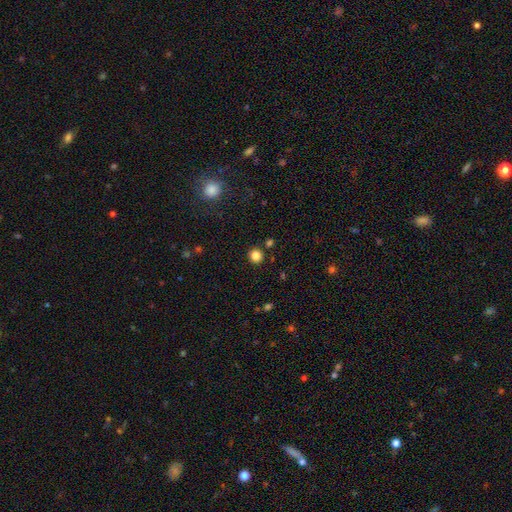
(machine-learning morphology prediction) Smooth or featured? smooth (83%)
How rounded? round (92%)
Merging? none (90%)